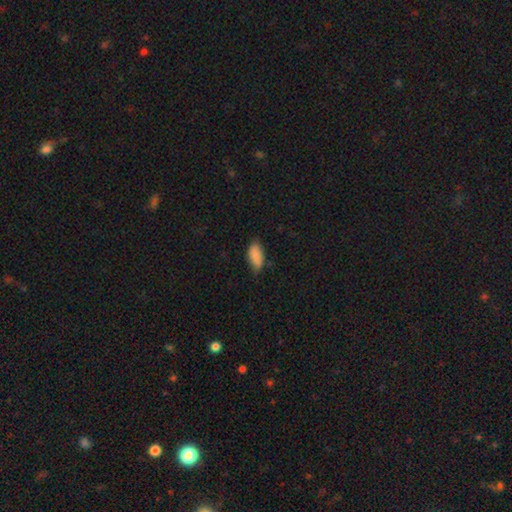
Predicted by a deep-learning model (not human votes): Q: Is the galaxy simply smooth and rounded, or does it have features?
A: smooth — 87%.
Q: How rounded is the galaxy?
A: in between — 89%.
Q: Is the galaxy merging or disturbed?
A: none — 64%.